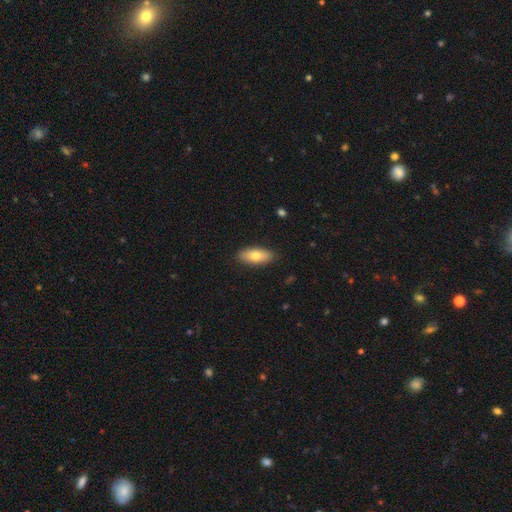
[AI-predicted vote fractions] Smooth or featured: smooth — 75% (featured or disk — 19%)
How rounded: in between — 80% (cigar-shaped — 17%)
Merging: none — 89% (minor disturbance — 9%)